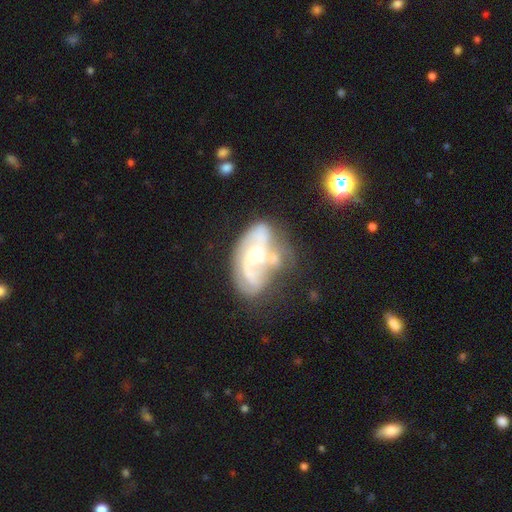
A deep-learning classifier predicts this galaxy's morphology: The model was most divided on "bulge size": moderate: 47%, small: 43%, none: 5%, large: 4%, dominant: 1%. Remaining: edge-on disk — no (96%); spiral arms — yes (88%); smooth or featured — featured or disk (80%); spiral arm count — 2 (59%); bar — no (55%); spiral winding — medium (47%); merging — none (34%).